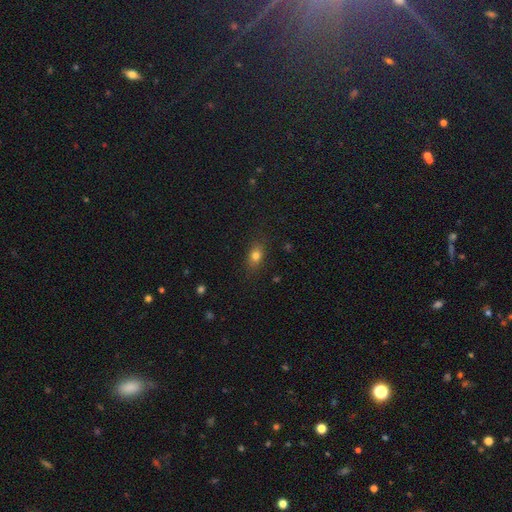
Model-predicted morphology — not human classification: A smooth galaxy with no disk features (78%) that is in between round and cigar-shaped (72%). Merging: none (83%).